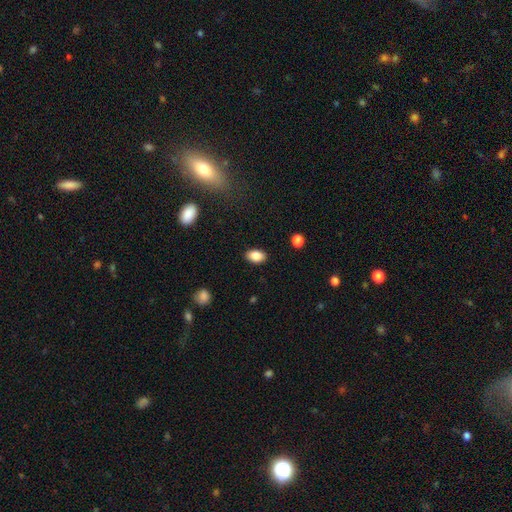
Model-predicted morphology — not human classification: Smooth or featured?
  - smooth: 86% *
  - star or artifact: 8%
  - featured or disk: 6%
How rounded?
  - in between: 90% *
  - round: 9%
  - cigar-shaped: 2%
Merging?
  - none: 88% *
  - minor disturbance: 9%
  - major disturbance: 2%
  - merger: 1%